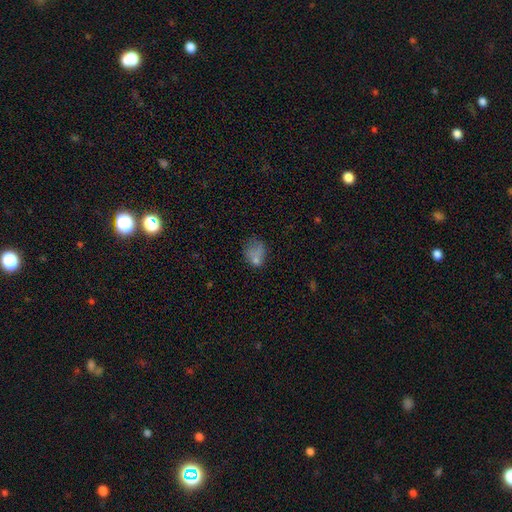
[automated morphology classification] Overall: smooth (69%). How rounded: in between (52%; round 46%). Merging: none (35%; major disturbance 28%).